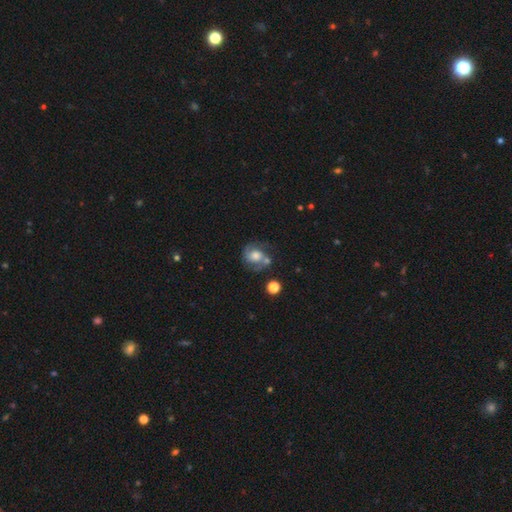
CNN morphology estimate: This is likely a featured or disk galaxy (70%). It is clearly not viewed edge-on (98%). Bar: likely no (62%). Spiral arm pattern: clearly yes (91%). Spiral arm count: clearly 2 (84%). Spiral winding: possibly medium (50%). Central bulge: marginally moderate (44%). Merging: possibly none (57%).